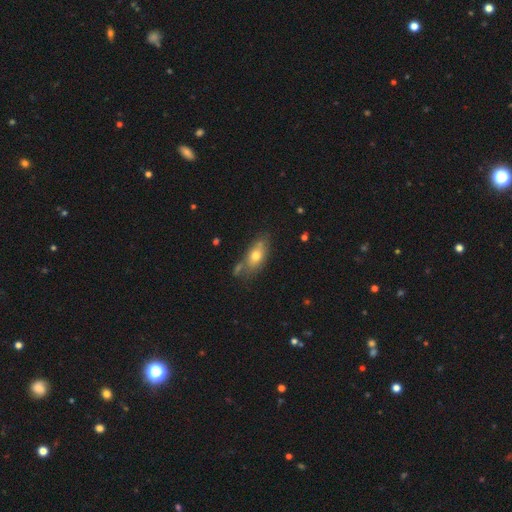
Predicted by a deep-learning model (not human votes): A smooth galaxy with no disk features (66%) that is in between round and cigar-shaped (83%). Merging: none (61%).